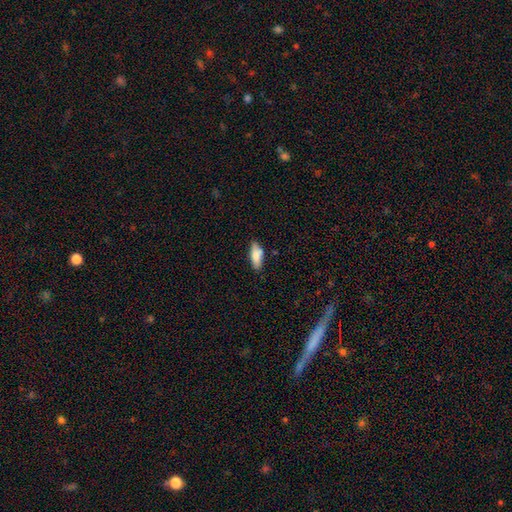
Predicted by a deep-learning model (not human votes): Smooth or featured? Predicted: smooth (p=0.80). How rounded? Predicted: in between (p=0.73). Merging? Predicted: none (p=0.72).